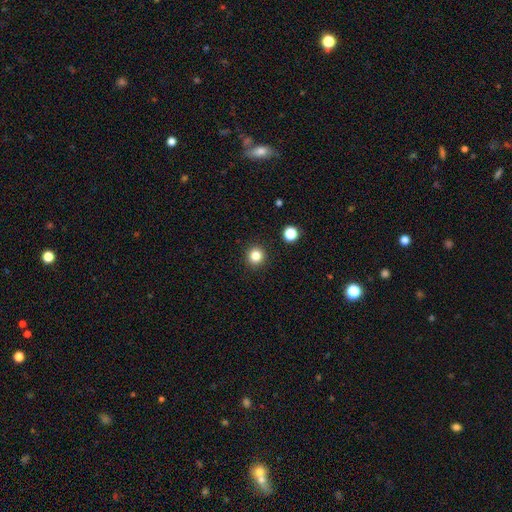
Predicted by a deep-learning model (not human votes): smooth_or_featured: smooth (p=0.83) [alt: star or artifact p=0.12]
how_rounded: round (p=0.94) [alt: in between p=0.05]
merging: none (p=0.92) [alt: minor disturbance p=0.05]